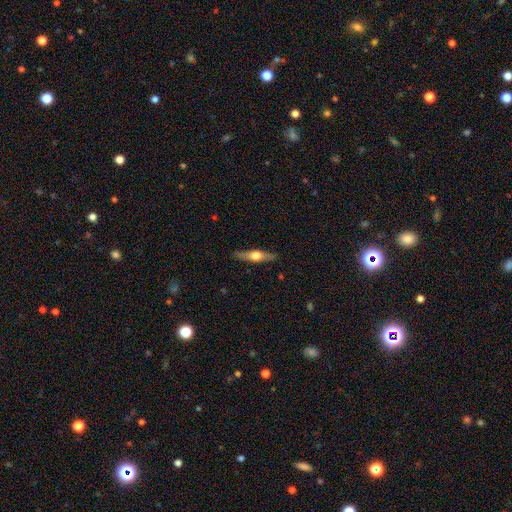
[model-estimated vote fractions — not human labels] A featured or disk galaxy (61%) viewed edge-on (94%) with a rounded central bulge (93%).

Vote fractions:
- Smooth or featured? featured or disk: 61% / smooth: 34% / star or artifact: 5%
- Edge-on disk? yes: 94% / no: 6%
- Edge-on bulge? rounded: 93% / boxy: 4% / none: 3%
- Merging? none: 88% / minor disturbance: 9% / major disturbance: 2% / merger: 1%